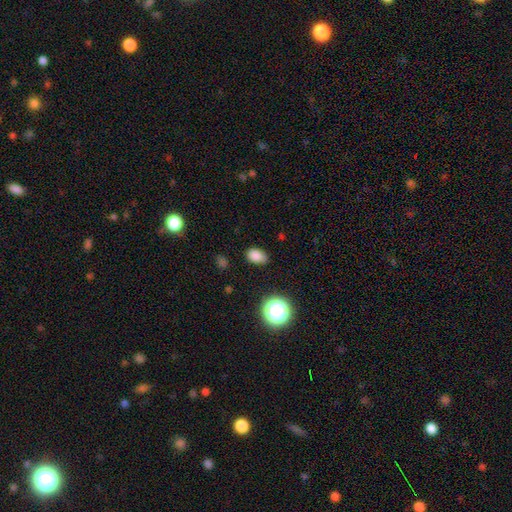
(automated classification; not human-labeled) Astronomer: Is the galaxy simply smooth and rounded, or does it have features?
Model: smooth — 82%.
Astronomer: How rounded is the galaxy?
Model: in between — 79%.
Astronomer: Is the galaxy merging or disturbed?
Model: none — 74%.